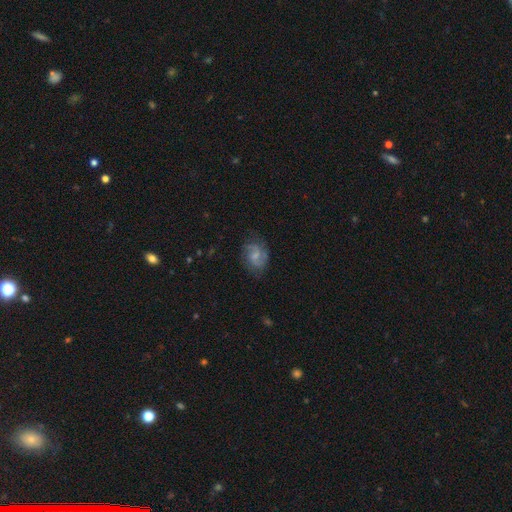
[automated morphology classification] Smooth or featured?
  - featured or disk: 64% *
  - smooth: 28%
  - star or artifact: 8%
Edge-on disk?
  - no: 98% *
  - yes: 2%
Bar?
  - weak: 48% *
  - no: 44%
  - strong: 8%
Spiral arms?
  - yes: 91% *
  - no: 9%
Spiral winding?
  - medium: 48% *
  - loose: 32%
  - tight: 20%
Spiral arm count?
  - 2: 79% *
  - can't tell: 10%
  - 3: 5%
  - 1: 3%
  - 4: 2%
  - more than 4: 1%
Bulge size?
  - small: 42% *
  - moderate: 27%
  - none: 26%
  - large: 4%
  - dominant: 1%
Merging?
  - none: 72% *
  - minor disturbance: 19%
  - major disturbance: 8%
  - merger: 1%